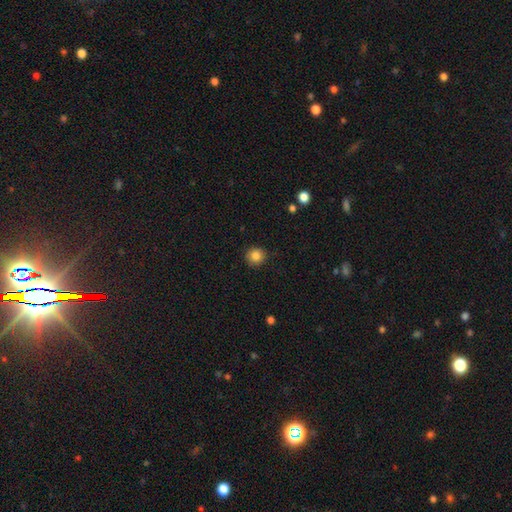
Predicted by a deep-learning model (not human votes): Smooth or featured? smooth (85%)
How rounded? round (92%)
Merging? none (89%)